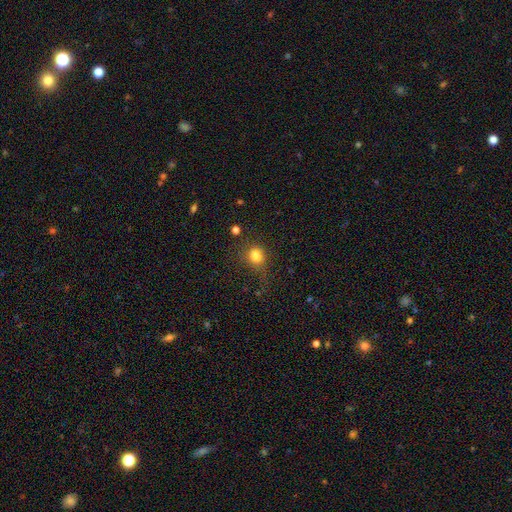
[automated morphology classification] Smooth or featured: smooth — 78% (star or artifact — 14%)
How rounded: round — 52% (in between — 46%)
Merging: none — 53% (minor disturbance — 23%)